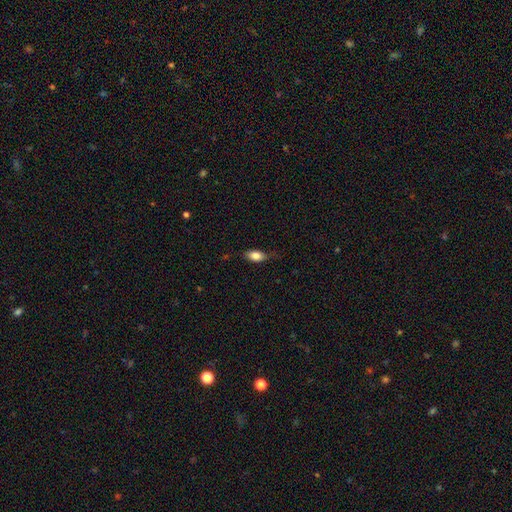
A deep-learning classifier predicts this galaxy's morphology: The model was most divided on "merging": none: 68%, minor disturbance: 25%, major disturbance: 6%, merger: 1%. More confident: how rounded — in between (86%); smooth or featured — smooth (80%).